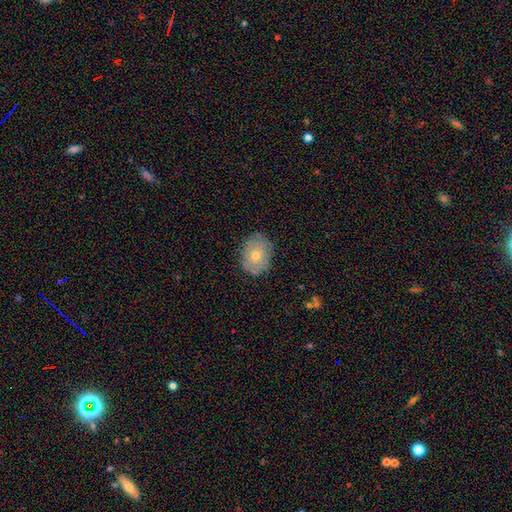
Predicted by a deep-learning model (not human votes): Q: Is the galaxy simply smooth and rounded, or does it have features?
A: smooth — 50%.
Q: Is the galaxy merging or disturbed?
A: none — 81%.